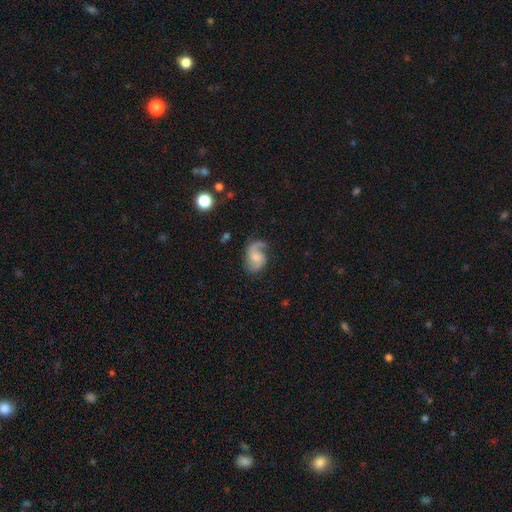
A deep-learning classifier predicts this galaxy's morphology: A featured or disk galaxy (81%) with no bar (59%), 2 (76%) medium (44%) spiral arms (96%) and a small central bulge (44%). Merging: none (64%).